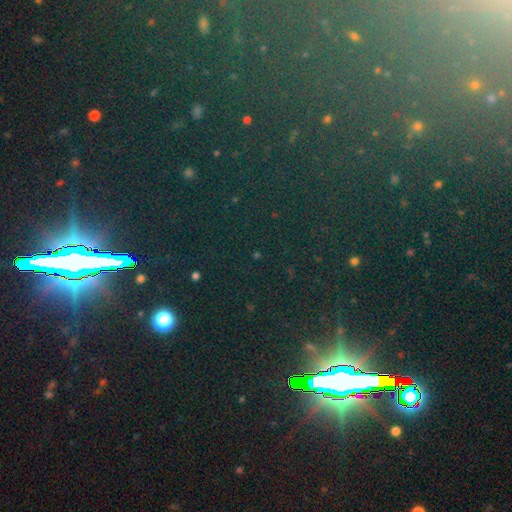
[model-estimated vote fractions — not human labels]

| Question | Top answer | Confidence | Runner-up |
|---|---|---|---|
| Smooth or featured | star or artifact | 80% | smooth (12%) |